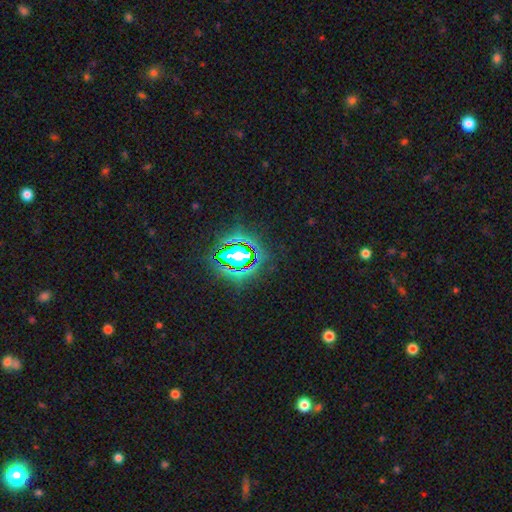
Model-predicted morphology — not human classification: star or artifact 81%, smooth 11%, featured or disk 7%.